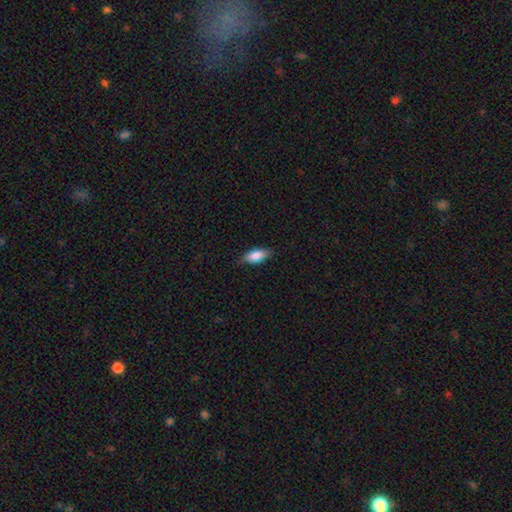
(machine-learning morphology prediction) type=smooth (83%); roundness=in between (85%); merging=none (81%).